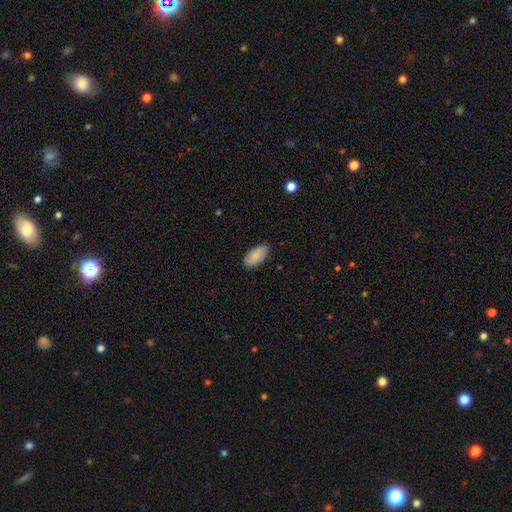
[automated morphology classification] Q: Smooth or featured?
A: smooth (84%); runner-up: featured or disk (10%)
Q: How rounded?
A: in between (94%); runner-up: cigar-shaped (4%)
Q: Merging?
A: none (80%); runner-up: minor disturbance (16%)